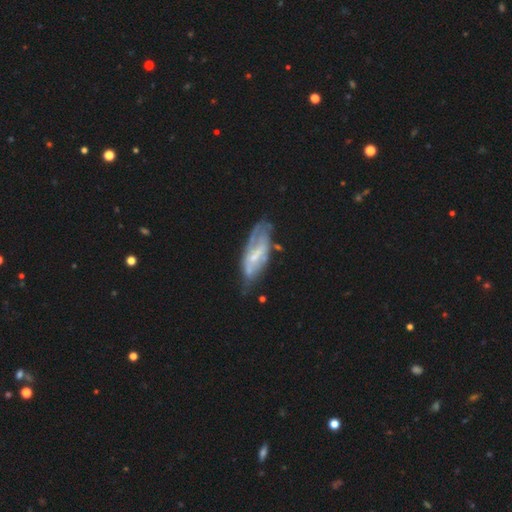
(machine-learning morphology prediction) smooth-or-featured: featured or disk: 67% | smooth: 26% | star or artifact: 7%
  disk-edge-on: no: 84% | yes: 16%
    bar: weak: 41% | no: 36% | strong: 23%
    has-spiral-arms: yes: 60% | no: 40%
    bulge-size: small: 55% | moderate: 27% | none: 14% | large: 2% | dominant: 1%
  merging: none: 47% | minor disturbance: 29% | major disturbance: 19% | merger: 5%